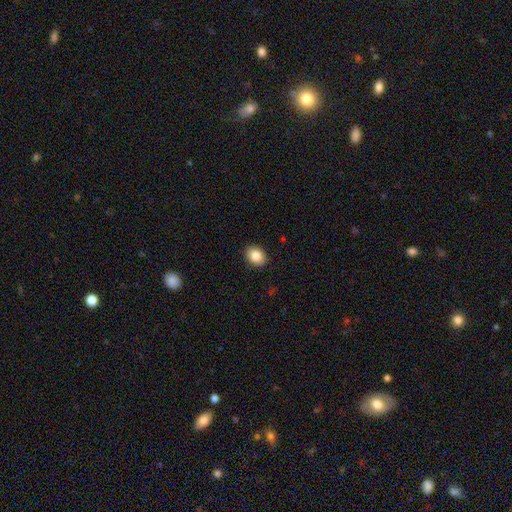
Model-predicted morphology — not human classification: Smooth or featured? smooth (86%)
How rounded? in between (62%)
Merging? none (91%)